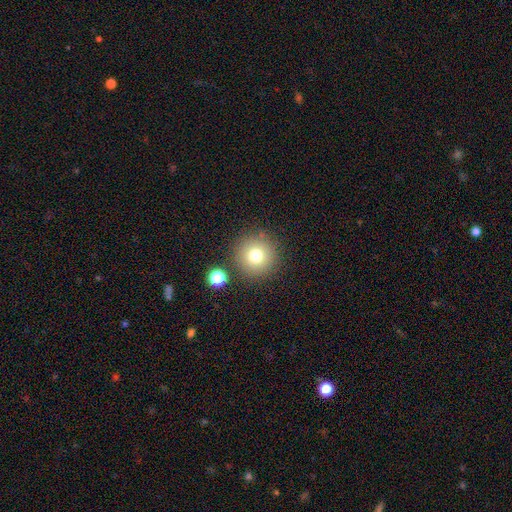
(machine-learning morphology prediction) Smooth or featured? Predicted: smooth (p=0.77). How rounded? Predicted: round (p=0.96). Merging? Predicted: none (p=0.84).